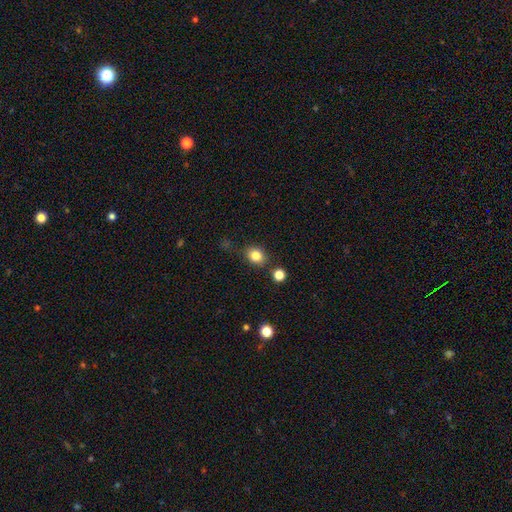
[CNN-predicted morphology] type=smooth (82%); roundness=round (60%); merging=none (77%).